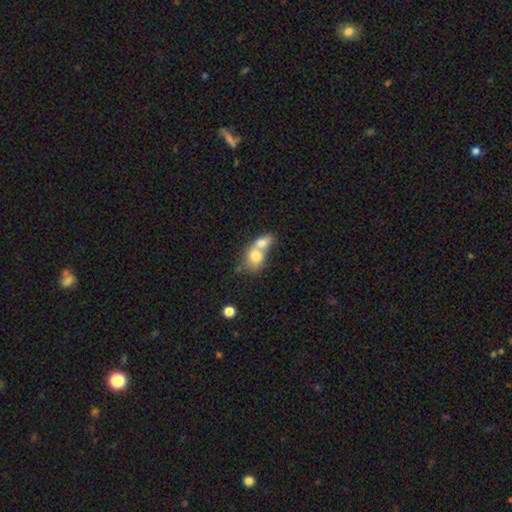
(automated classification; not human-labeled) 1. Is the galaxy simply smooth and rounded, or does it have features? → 73% smooth, 19% featured or disk, 8% star or artifact.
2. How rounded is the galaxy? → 52% in between, 46% round, 2% cigar-shaped.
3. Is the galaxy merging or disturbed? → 77% merger, 14% none, 5% minor disturbance, 3% major disturbance.